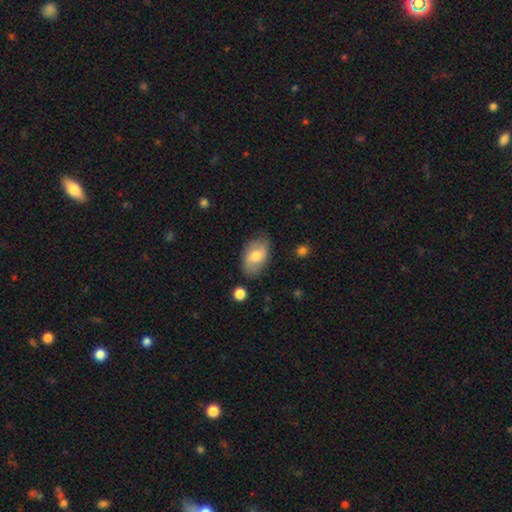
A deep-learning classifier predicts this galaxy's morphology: This appears to be a smooth galaxy with no disk features (64%) that is in between round and cigar-shaped (90%). Merging: none (78%).